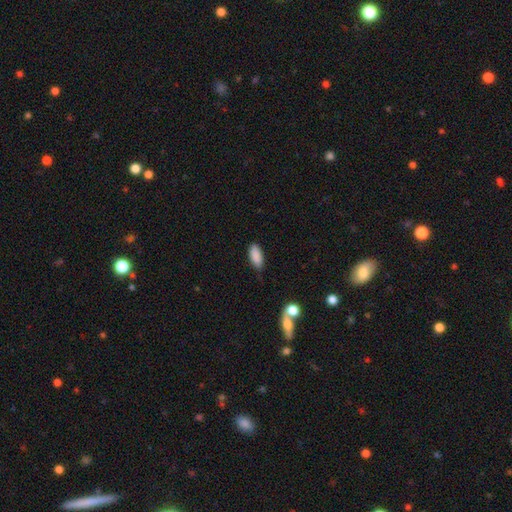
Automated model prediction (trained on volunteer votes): This is clearly a smooth galaxy (88%). How rounded: clearly in between (87%). Merging: likely none (75%).